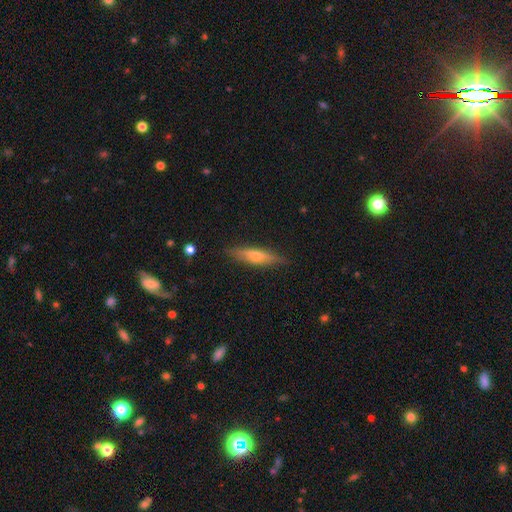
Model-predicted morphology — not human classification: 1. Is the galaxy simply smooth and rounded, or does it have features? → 52% featured or disk, 41% smooth, 7% star or artifact.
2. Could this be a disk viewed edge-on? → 93% yes, 7% no.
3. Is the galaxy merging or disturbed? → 87% none, 10% minor disturbance, 2% major disturbance, 1% merger.